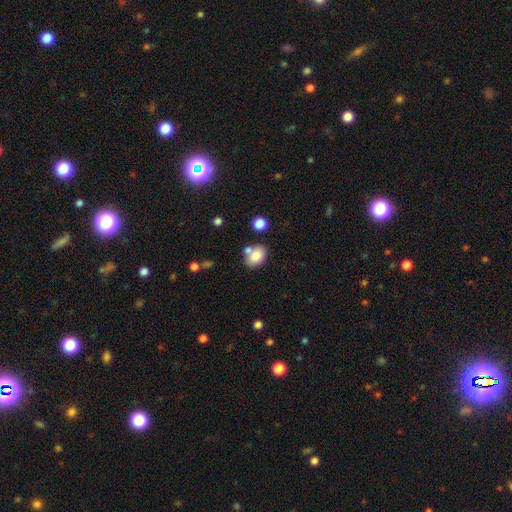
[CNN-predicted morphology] smooth 81%, featured or disk 10%, star or artifact 9%. Down the decision tree: how rounded — in between (69%); merging — none (61%).